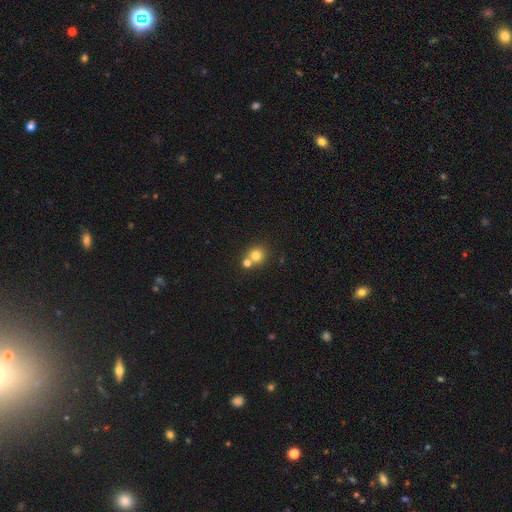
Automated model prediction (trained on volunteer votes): A smooth galaxy with no disk features (77%) that is round (86%).

Vote fractions:
- Smooth or featured? smooth: 77% / star or artifact: 13% / featured or disk: 10%
- How rounded? round: 86% / in between: 13% / cigar-shaped: 1%
- Merging? none: 52% / merger: 39% / minor disturbance: 7% / major disturbance: 2%